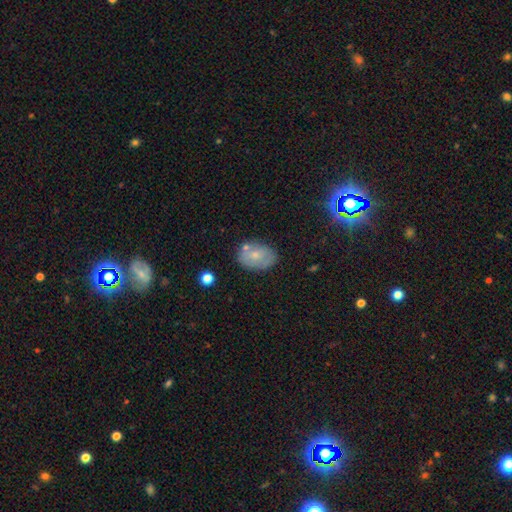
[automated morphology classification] Overall: smooth (65%; featured or disk 26%). How rounded: in between (79%). Merging: none (69%).